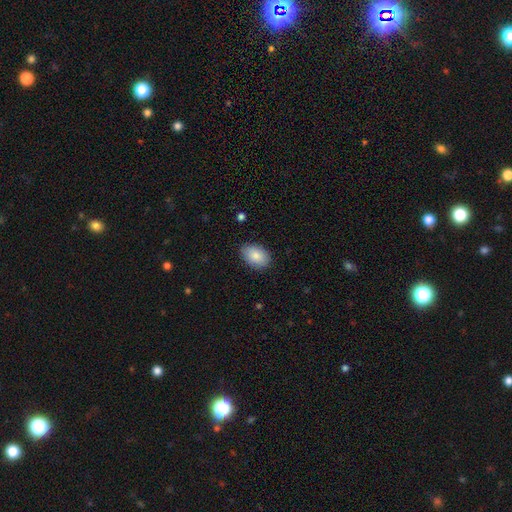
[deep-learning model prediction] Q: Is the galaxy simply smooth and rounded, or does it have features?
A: smooth — 87%.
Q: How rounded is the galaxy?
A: in between — 88%.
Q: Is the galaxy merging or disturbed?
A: none — 86%.